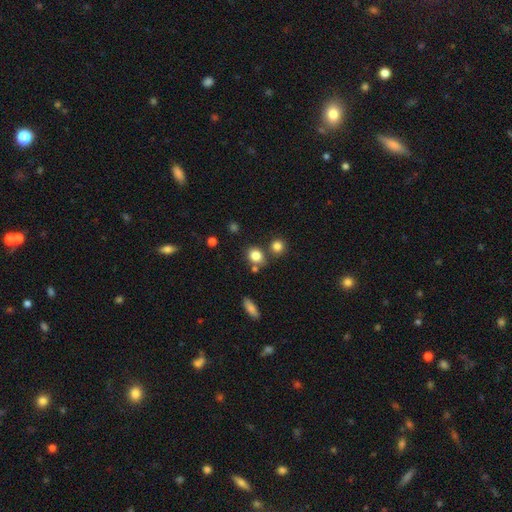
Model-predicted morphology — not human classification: smooth_or_featured: smooth (p=0.82) [alt: star or artifact p=0.12]
how_rounded: round (p=0.69) [alt: in between p=0.30]
merging: none (p=0.68) [alt: merger p=0.17]